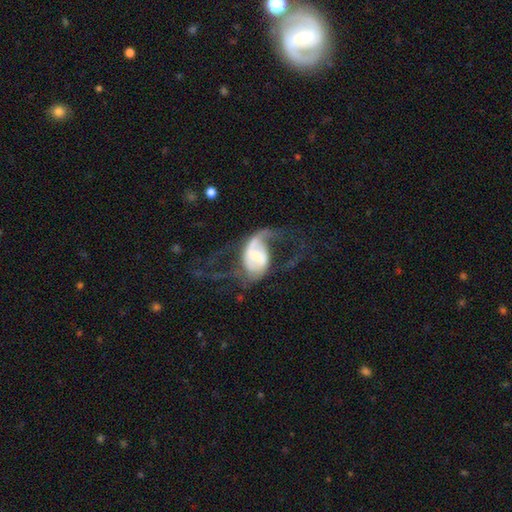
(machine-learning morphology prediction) smooth_or_featured: featured or disk (p=0.79) [alt: smooth p=0.15]
disk_edge_on: no (p=0.97) [alt: yes p=0.03]
bar: weak (p=0.44) [alt: no p=0.31]
has_spiral_arms: yes (p=0.88) [alt: no p=0.12]
spiral_winding: loose (p=0.67) [alt: medium p=0.26]
spiral_arm_count: 2 (p=0.75) [alt: 1 p=0.14]
bulge_size: moderate (p=0.35) [tied with: small p=0.35]
merging: major disturbance (p=0.48) [alt: none p=0.32]